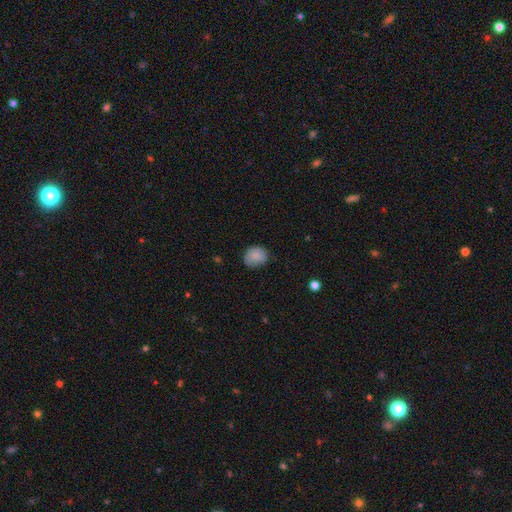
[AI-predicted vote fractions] Smooth or featured: smooth — 84% (featured or disk — 8%)
How rounded: round — 74% (in between — 25%)
Merging: none — 73% (minor disturbance — 21%)